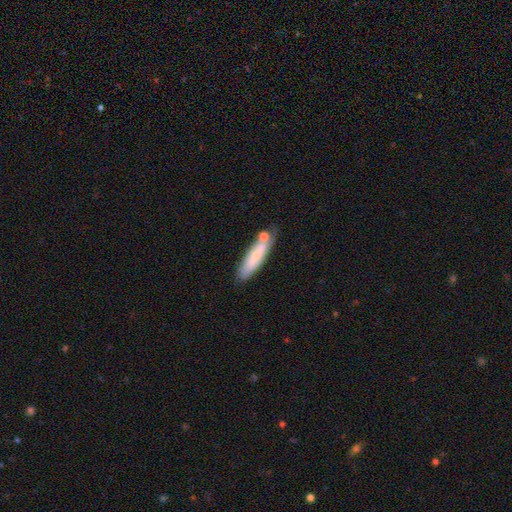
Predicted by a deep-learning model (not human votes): The model was most divided on "smooth or featured": smooth: 65%, featured or disk: 28%, star or artifact: 7%. More confident: how rounded — cigar-shaped (70%); merging — none (59%).